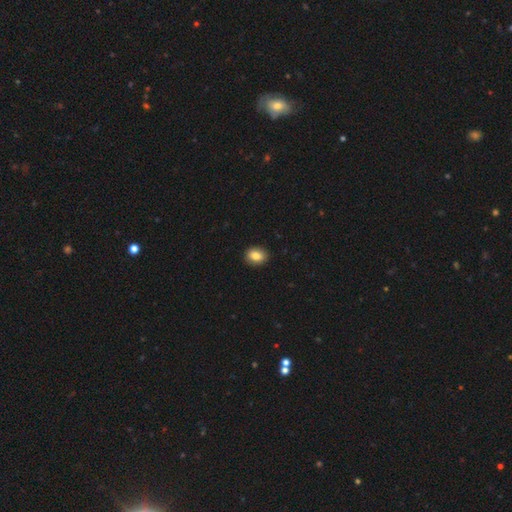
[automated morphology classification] This appears to be a smooth galaxy with no disk features (85%) that is in between round and cigar-shaped (57%). Merging: none (91%).